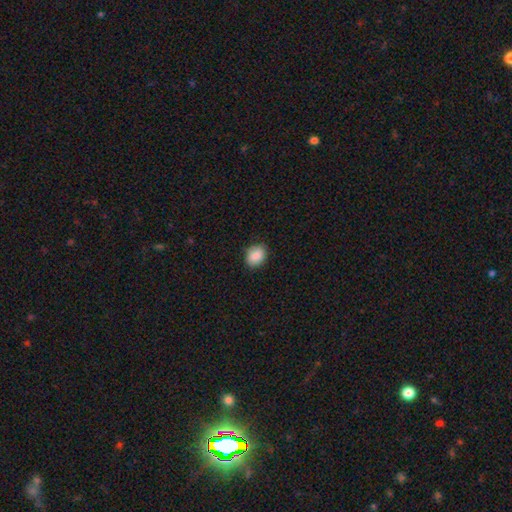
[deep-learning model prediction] smooth-or-featured: smooth: 88% | star or artifact: 8% | featured or disk: 4%
  how-rounded: in between: 55% | round: 44% | cigar-shaped: 1%
  merging: none: 85% | minor disturbance: 12% | major disturbance: 2% | merger: 1%